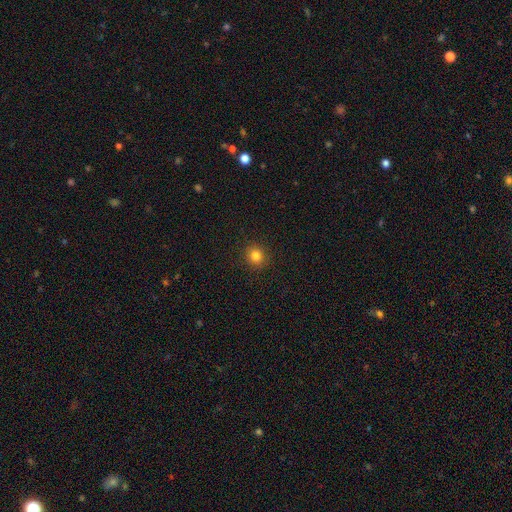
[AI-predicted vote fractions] This is clearly a smooth galaxy (82%). How rounded: clearly round (88%). Merging: clearly none (92%).